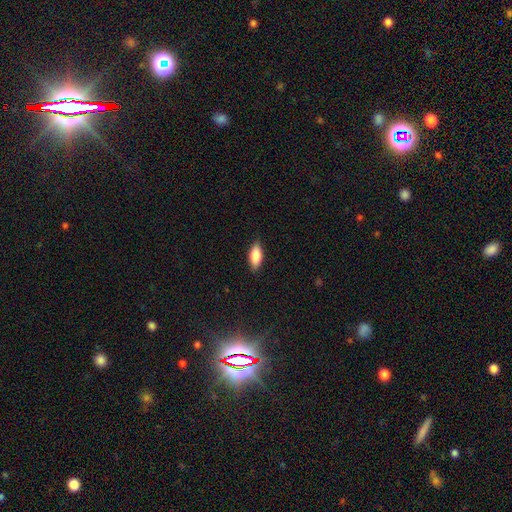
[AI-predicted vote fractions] smooth 82%, featured or disk 12%, star or artifact 6%. Down the decision tree: how rounded — in between (82%); merging — none (86%).